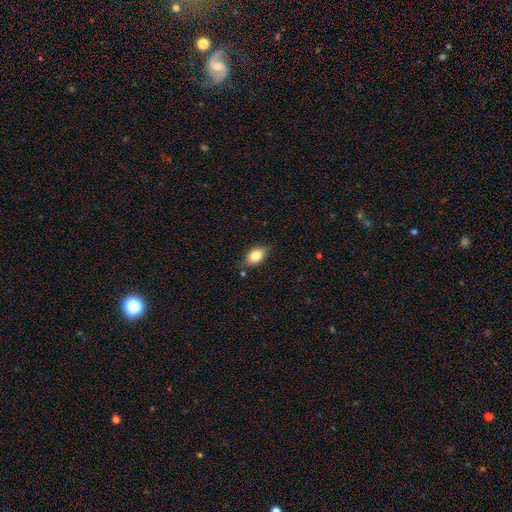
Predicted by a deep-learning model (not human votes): This appears to be a smooth galaxy with no disk features (81%) that is in between round and cigar-shaped (80%). Merging: none (78%).